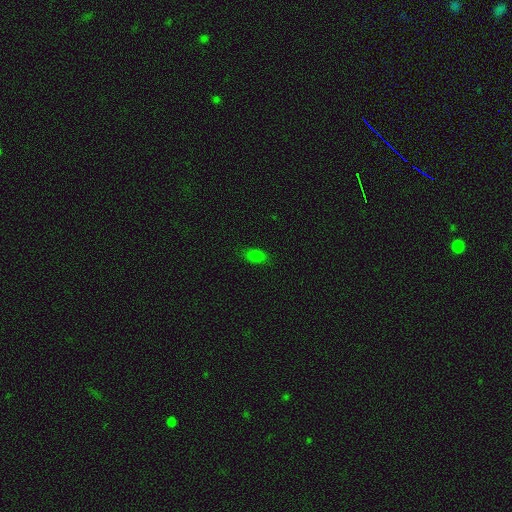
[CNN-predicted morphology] The model was most divided on "smooth or featured": smooth: 79%, star or artifact: 14%, featured or disk: 7%. More confident: how rounded — in between (85%); merging — none (84%).